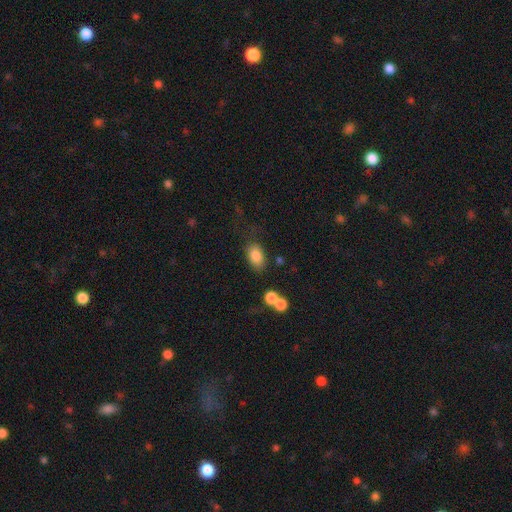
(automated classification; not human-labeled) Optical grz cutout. It shows a smooth galaxy with no disk features (84%) that is in between round and cigar-shaped (86%). Merging: none (66%).